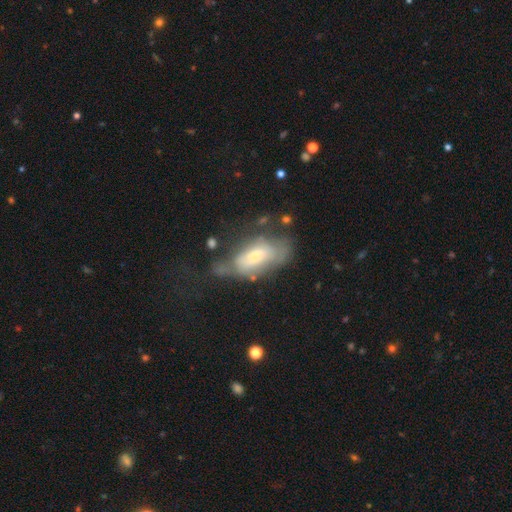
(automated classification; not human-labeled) Smooth or featured? smooth (50%)
Merging? none (33%)